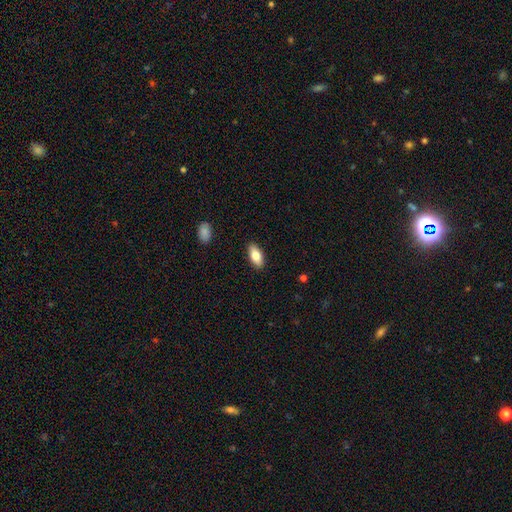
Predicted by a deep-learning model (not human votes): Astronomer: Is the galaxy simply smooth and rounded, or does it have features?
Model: smooth — 81%.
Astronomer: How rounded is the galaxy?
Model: in between — 88%.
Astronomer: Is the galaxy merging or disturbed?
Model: none — 89%.